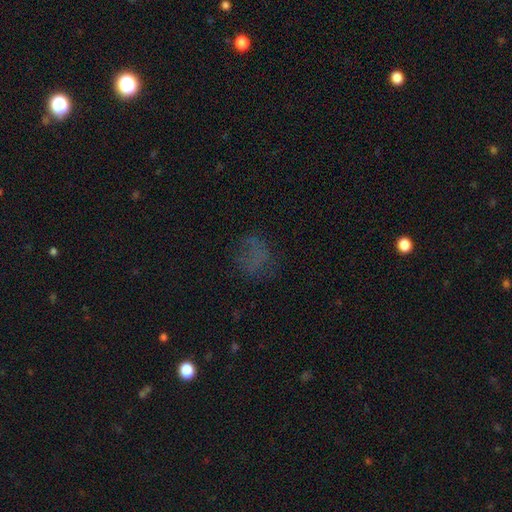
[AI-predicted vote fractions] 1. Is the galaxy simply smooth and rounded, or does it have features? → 48% smooth, 30% star or artifact, 23% featured or disk.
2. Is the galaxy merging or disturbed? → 59% none, 19% major disturbance, 19% minor disturbance, 2% merger.